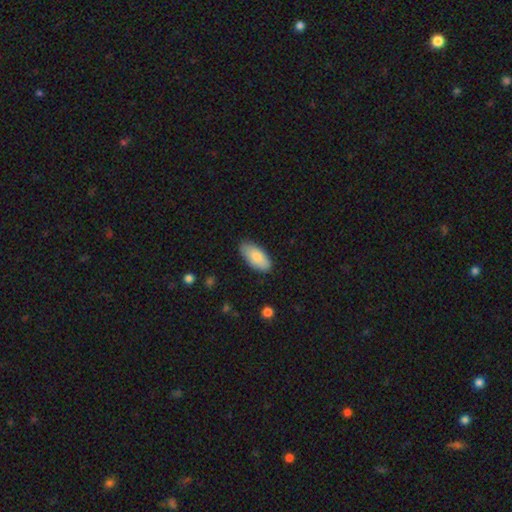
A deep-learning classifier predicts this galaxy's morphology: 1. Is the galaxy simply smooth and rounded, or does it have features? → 83% smooth, 11% featured or disk, 6% star or artifact.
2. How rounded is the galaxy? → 90% in between, 8% cigar-shaped, 2% round.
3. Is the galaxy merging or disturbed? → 83% none, 13% minor disturbance, 2% major disturbance, 1% merger.